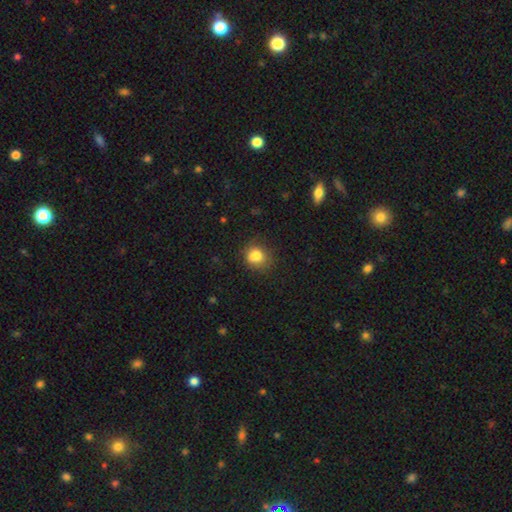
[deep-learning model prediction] A smooth galaxy with no disk features (83%) that is round (67%).

Vote fractions:
- Smooth or featured? smooth: 83% / star or artifact: 11% / featured or disk: 7%
- How rounded? round: 67% / in between: 32% / cigar-shaped: 1%
- Merging? none: 72% / minor disturbance: 19% / major disturbance: 6% / merger: 2%